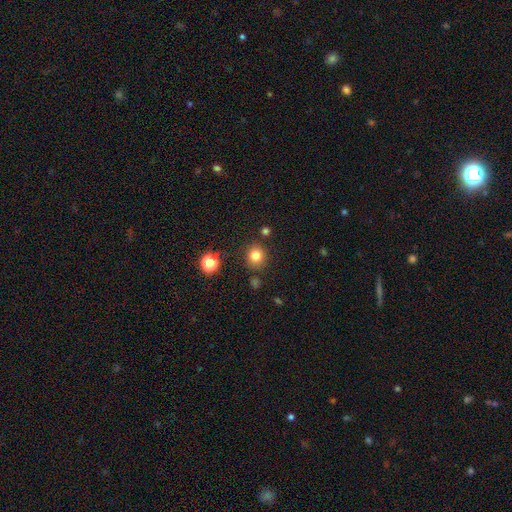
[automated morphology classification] This appears to be a smooth galaxy with no disk features (80%) that is round (86%). Merging: none (83%).